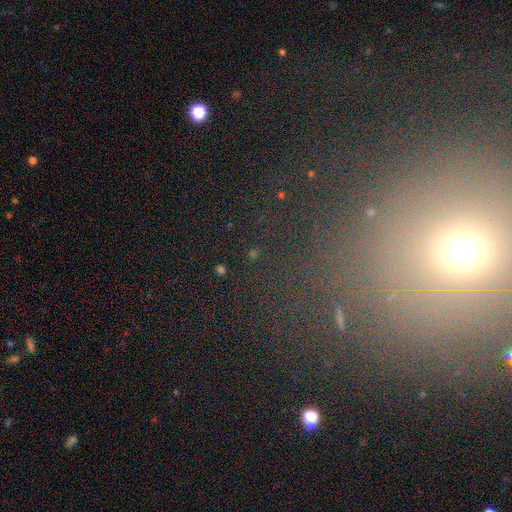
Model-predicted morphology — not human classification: Q: Smooth or featured?
A: star or artifact (61%); runner-up: smooth (23%)